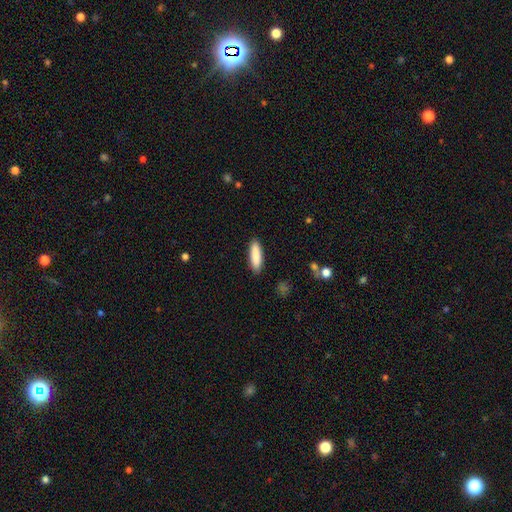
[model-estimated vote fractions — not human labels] Morphology: type=smooth (88%); roundness=cigar-shaped (61%); merging=none (90%).